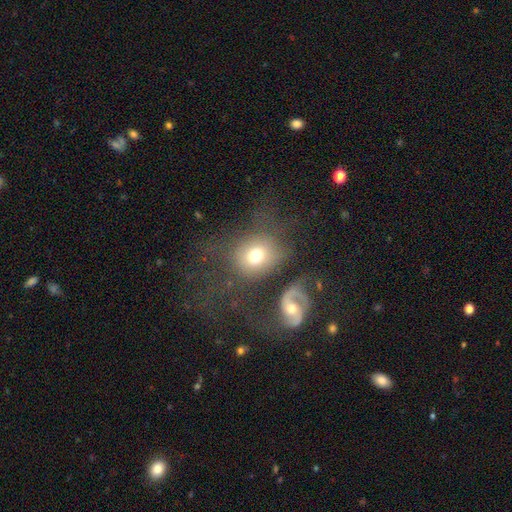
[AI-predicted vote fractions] This appears to be a smooth galaxy with no disk features (65%) that is round (68%). Merging: none (49%).